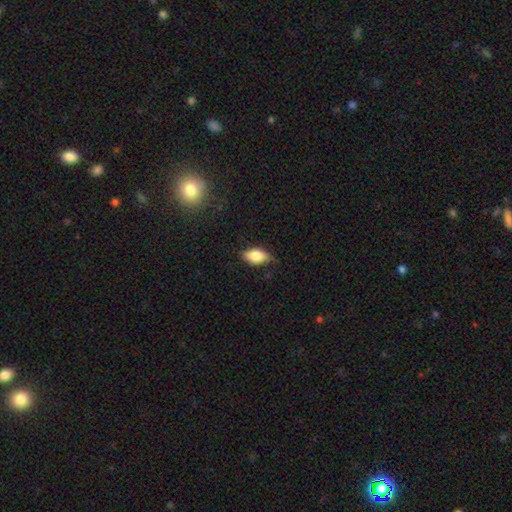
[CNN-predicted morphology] smooth 79%, featured or disk 14%, star or artifact 7%. Down the decision tree: how rounded — in between (89%); merging — none (70%).